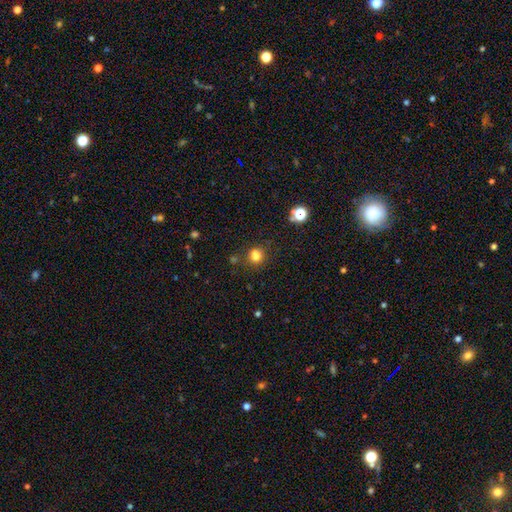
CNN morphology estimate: A smooth galaxy with no disk features (77%) that is round (80%).

Vote fractions:
- Smooth or featured? smooth: 77% / star or artifact: 16% / featured or disk: 7%
- How rounded? round: 80% / in between: 19% / cigar-shaped: 1%
- Merging? none: 71% / minor disturbance: 13% / merger: 12% / major disturbance: 5%